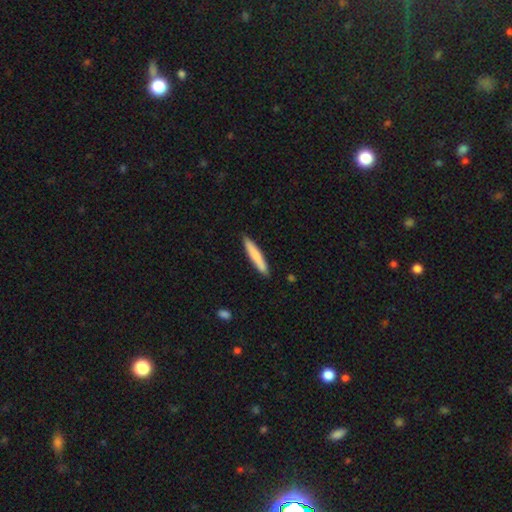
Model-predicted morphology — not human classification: This appears to be a smooth galaxy with no disk features (77%) that is cigar-shaped (93%). Merging: none (89%).